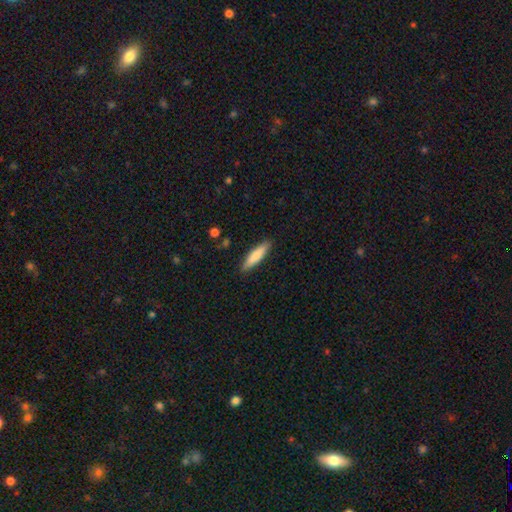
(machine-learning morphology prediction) Smooth or featured?
  - smooth: 78% *
  - featured or disk: 16%
  - star or artifact: 6%
How rounded?
  - cigar-shaped: 76% *
  - in between: 22%
  - round: 1%
Merging?
  - none: 89% *
  - minor disturbance: 8%
  - major disturbance: 2%
  - merger: 1%